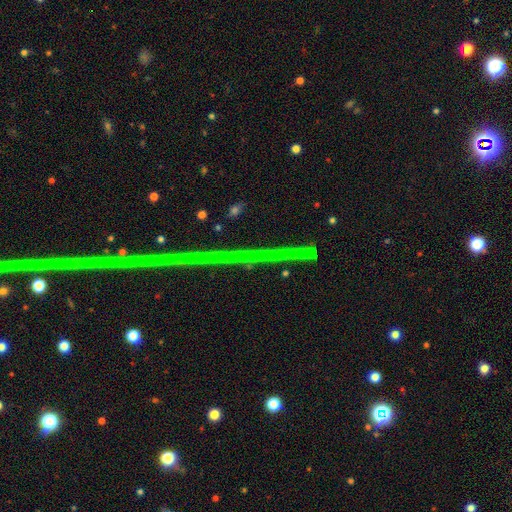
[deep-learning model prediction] Q: Smooth or featured?
A: star or artifact (80%); runner-up: featured or disk (13%)